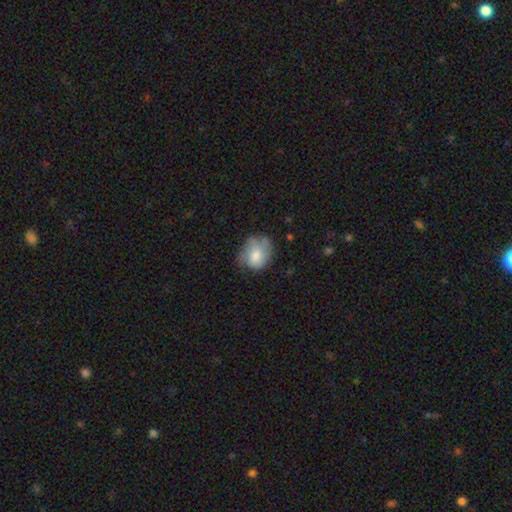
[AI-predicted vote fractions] A smooth galaxy with no disk features (71%) that is round (54%). Merging: none (49%).